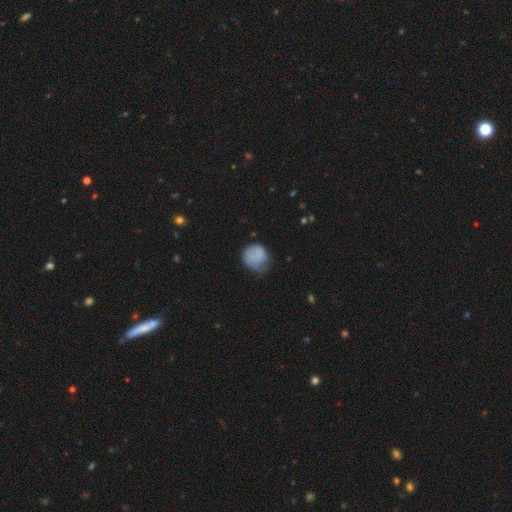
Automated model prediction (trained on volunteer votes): A smooth galaxy with no disk features (81%) that is round (78%). Merging: minor disturbance (41%).